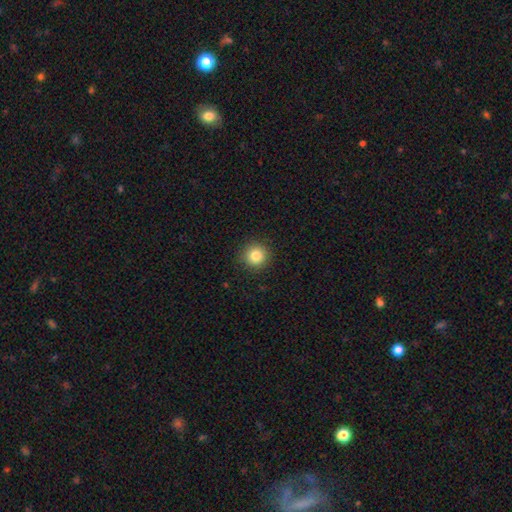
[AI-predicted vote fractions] smooth 83%, star or artifact 11%, featured or disk 6%. Down the decision tree: how rounded — round (94%); merging — none (91%).